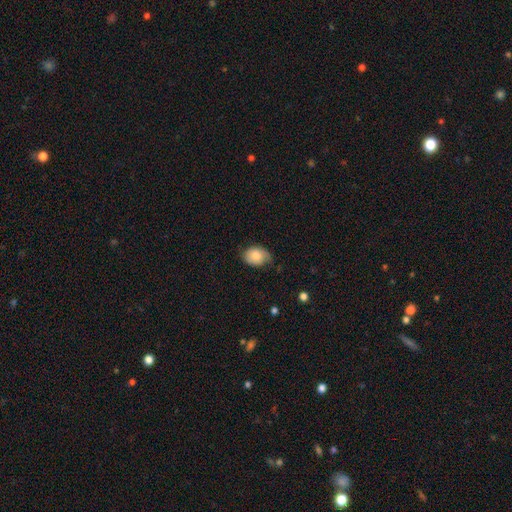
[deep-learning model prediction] Morphology: type=smooth (71%); roundness=in between (70%); merging=none (58%).